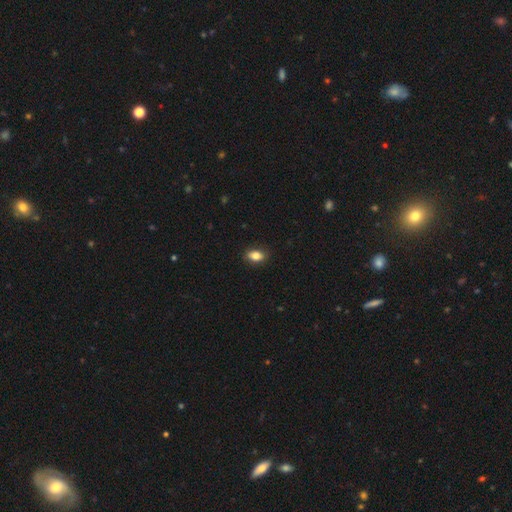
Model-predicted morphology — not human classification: The model was most divided on "how rounded": in between: 84%, round: 13%, cigar-shaped: 3%. More confident: merging — none (86%); smooth or featured — smooth (83%).